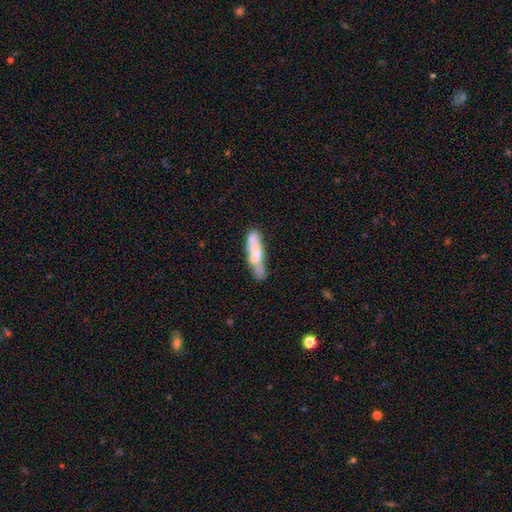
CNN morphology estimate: This appears to be a smooth galaxy with no disk features (54%) that is cigar-shaped (76%). Merging: none (63%).